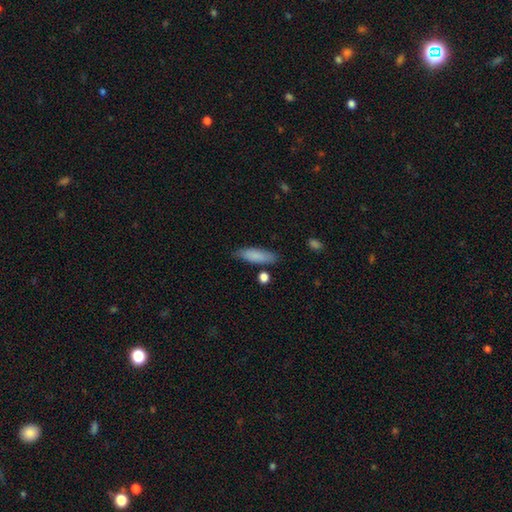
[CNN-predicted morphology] This appears to be a smooth galaxy with no disk features (84%) that is cigar-shaped (50%). Merging: none (80%).